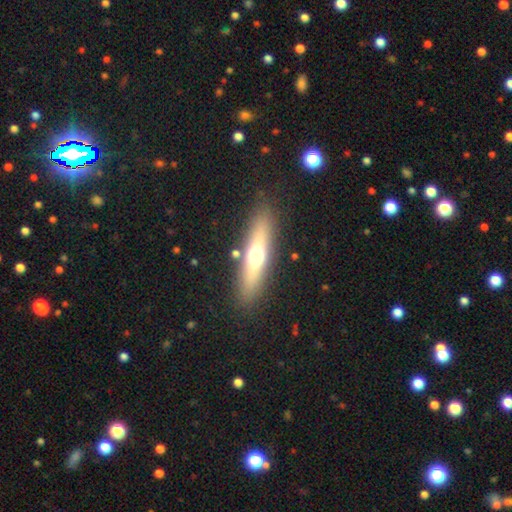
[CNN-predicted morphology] A smooth galaxy with no disk features (46%).

Vote fractions:
- Smooth or featured? smooth: 46% / featured or disk: 45% / star or artifact: 9%
- Merging? none: 86% / minor disturbance: 8% / major disturbance: 3% / merger: 2%